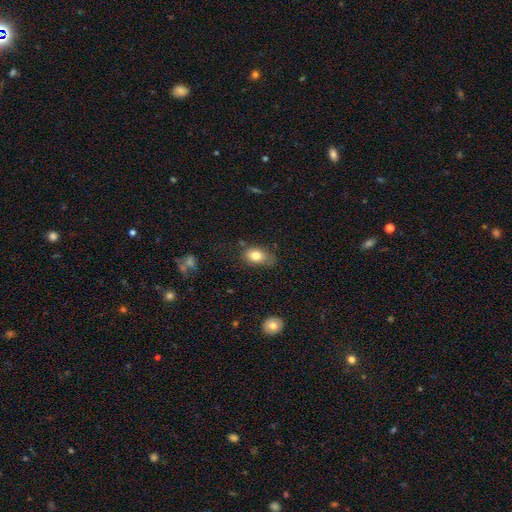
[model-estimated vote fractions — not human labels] The model was most divided on "merging": none: 58%, minor disturbance: 30%, major disturbance: 9%, merger: 3%. More confident: how rounded — in between (81%); smooth or featured — smooth (80%).